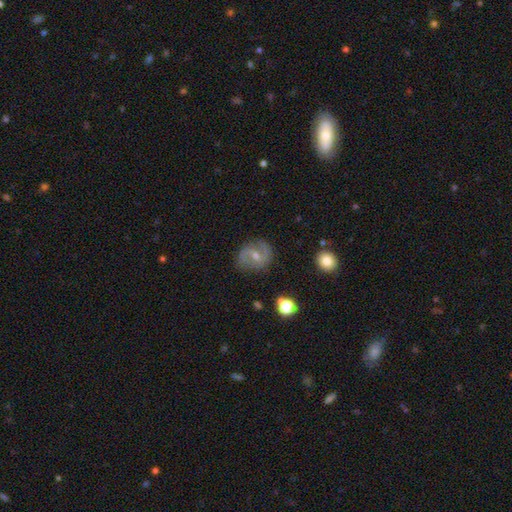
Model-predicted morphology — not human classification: smooth-or-featured: featured or disk: 77% | smooth: 14% | star or artifact: 9%
  disk-edge-on: no: 97% | yes: 3%
    bar: weak: 46% | no: 39% | strong: 15%
    has-spiral-arms: yes: 92% | no: 8%
      spiral-winding: medium: 50% | tight: 26% | loose: 24%
      spiral-arm-count: 2: 87% | can't tell: 6% | 1: 3% | 3: 2% | 4: 1% | more than 4: 1%
    bulge-size: small: 51% | moderate: 46% | none: 2% | large: 1% | dominant: 1%
  merging: none: 82% | minor disturbance: 13% | major disturbance: 4% | merger: 1%